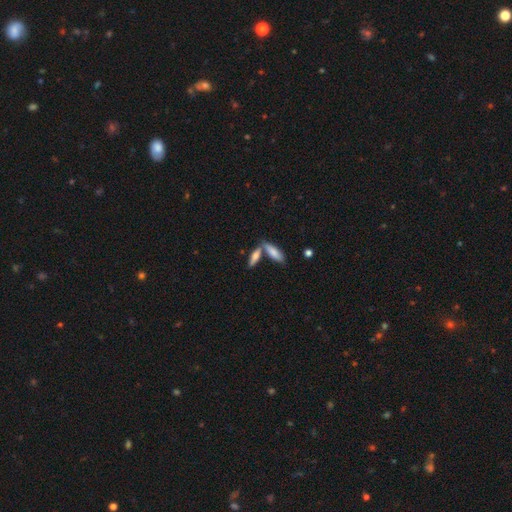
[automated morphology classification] type=smooth (70%); roundness=cigar-shaped (53%); merging=none (51%).